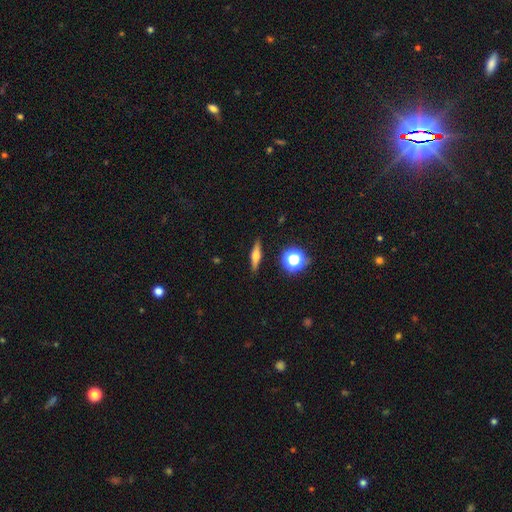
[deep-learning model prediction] This is possibly a featured or disk galaxy (51%). It is clearly viewed edge-on (94%). Merging: clearly none (89%).